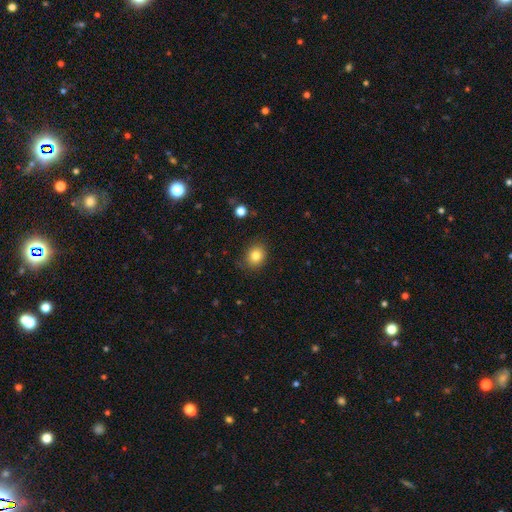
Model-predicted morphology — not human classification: Overall: smooth (82%). How rounded: round (63%; in between 36%). Merging: none (83%).